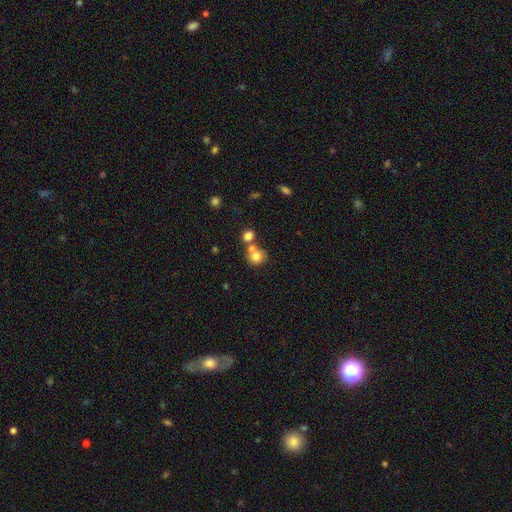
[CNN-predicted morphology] This appears to be a smooth galaxy with no disk features (77%) that is round (82%). Merging: none (45%).